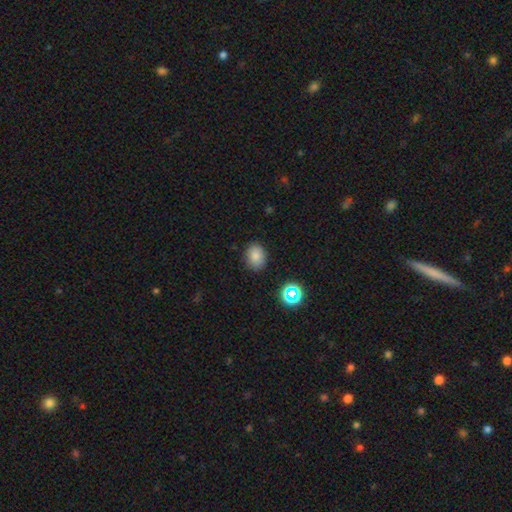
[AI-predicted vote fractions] smooth-or-featured: smooth: 81% | star or artifact: 13% | featured or disk: 6%
  how-rounded: in between: 53% | round: 46% | cigar-shaped: 1%
  merging: none: 85% | minor disturbance: 11% | major disturbance: 3% | merger: 2%